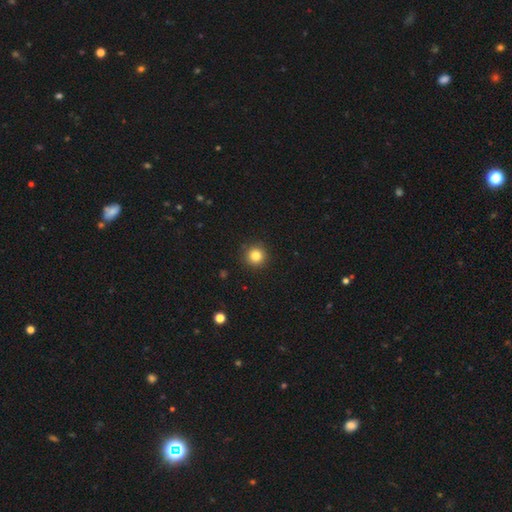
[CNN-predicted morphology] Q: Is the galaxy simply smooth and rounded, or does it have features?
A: smooth — 83%.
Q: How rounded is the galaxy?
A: round — 95%.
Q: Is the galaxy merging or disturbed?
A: none — 91%.